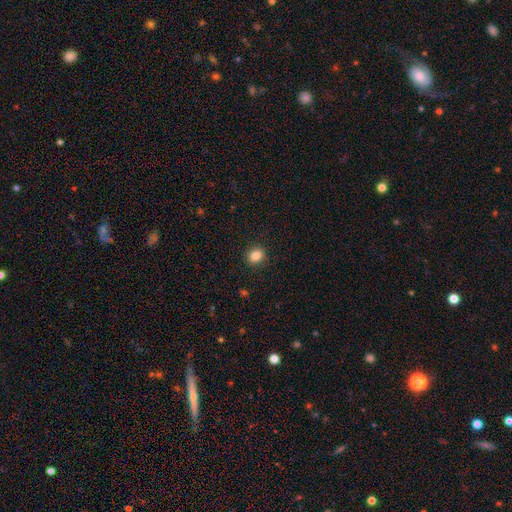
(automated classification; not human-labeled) smooth-or-featured: smooth: 85% | star or artifact: 10% | featured or disk: 4%
  how-rounded: round: 69% | in between: 30% | cigar-shaped: 1%
  merging: none: 91% | minor disturbance: 6% | major disturbance: 2% | merger: 1%